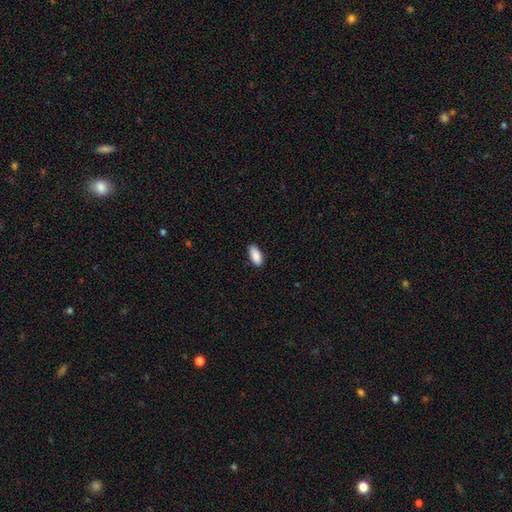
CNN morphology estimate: Overall: smooth (90%). How rounded: in between (91%). Merging: none (87%).